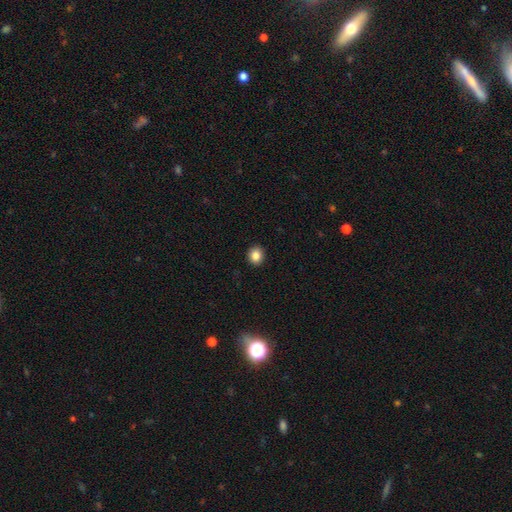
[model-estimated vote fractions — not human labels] Smooth or featured? smooth (85%)
How rounded? round (81%)
Merging? none (92%)